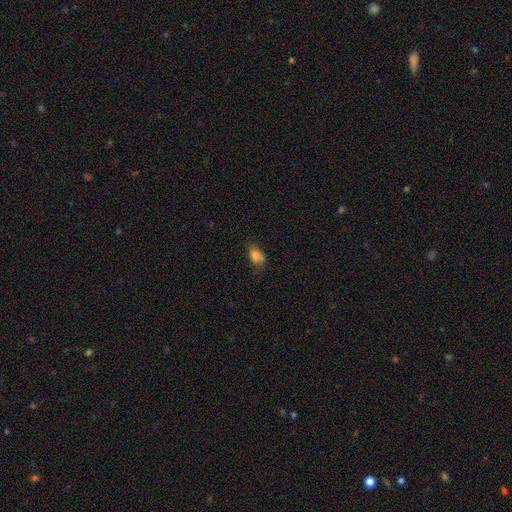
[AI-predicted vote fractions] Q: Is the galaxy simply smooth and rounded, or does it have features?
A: smooth — 76%.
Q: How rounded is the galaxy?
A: in between — 80%.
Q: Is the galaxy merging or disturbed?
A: none — 50%.